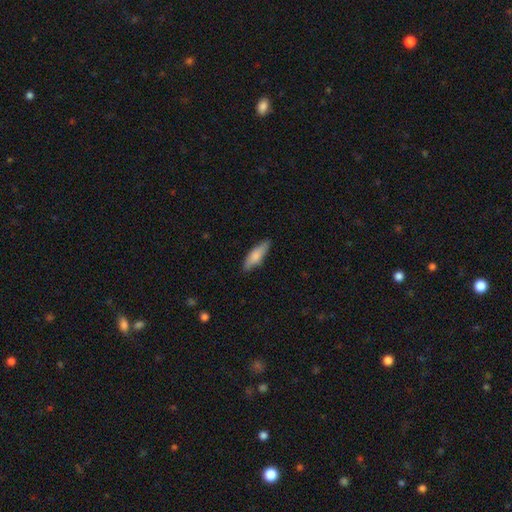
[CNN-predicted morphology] smooth-or-featured: smooth: 79% | featured or disk: 15% | star or artifact: 6%
  how-rounded: cigar-shaped: 50% | in between: 48% | round: 2%
  merging: none: 82% | minor disturbance: 15% | major disturbance: 3% | merger: 1%